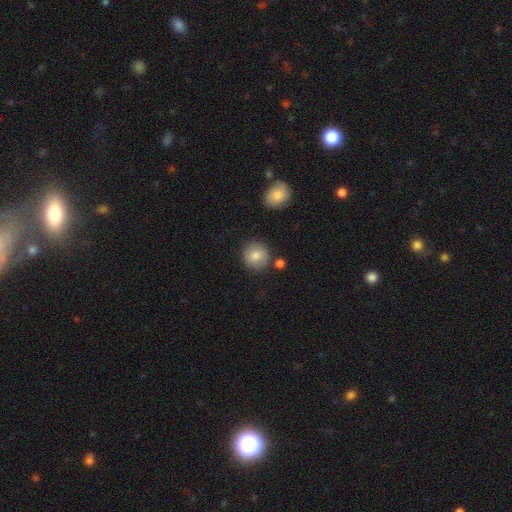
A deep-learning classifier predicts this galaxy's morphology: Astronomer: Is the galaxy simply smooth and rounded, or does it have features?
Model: smooth — 85%.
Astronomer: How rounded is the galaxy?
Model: round — 91%.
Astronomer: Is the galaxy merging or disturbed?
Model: none — 84%.